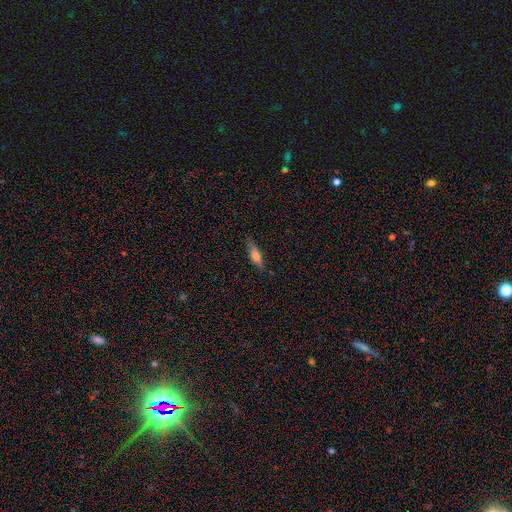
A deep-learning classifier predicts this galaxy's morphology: A smooth galaxy with no disk features (67%) that is cigar-shaped (56%).

Vote fractions:
- Smooth or featured? smooth: 67% / featured or disk: 26% / star or artifact: 7%
- How rounded? cigar-shaped: 56% / in between: 42% / round: 2%
- Merging? none: 81% / minor disturbance: 14% / major disturbance: 3% / merger: 1%